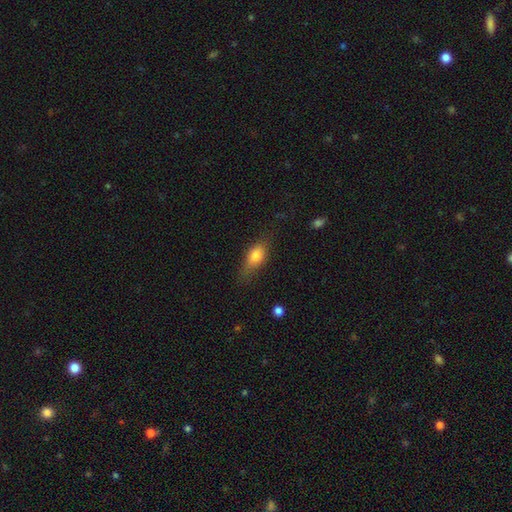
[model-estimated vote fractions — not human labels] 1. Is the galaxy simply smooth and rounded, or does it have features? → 75% smooth, 17% featured or disk, 8% star or artifact.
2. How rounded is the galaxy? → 78% in between, 14% cigar-shaped, 8% round.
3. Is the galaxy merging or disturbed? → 61% none, 27% minor disturbance, 10% major disturbance, 2% merger.